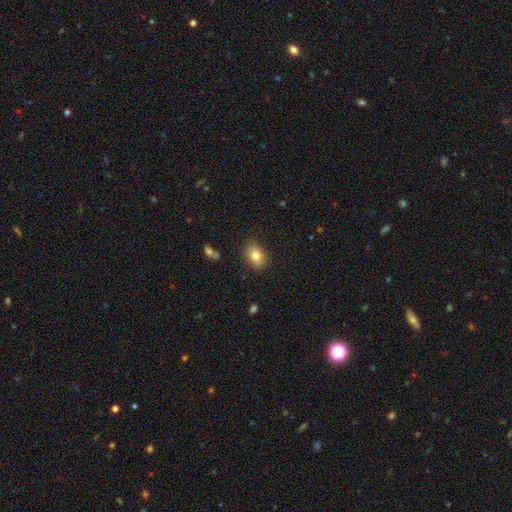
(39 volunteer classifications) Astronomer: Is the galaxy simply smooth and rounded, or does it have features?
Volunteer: smooth — 85%.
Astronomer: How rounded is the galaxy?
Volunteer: in between — 82%.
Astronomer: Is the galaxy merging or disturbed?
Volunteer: none — 82%.